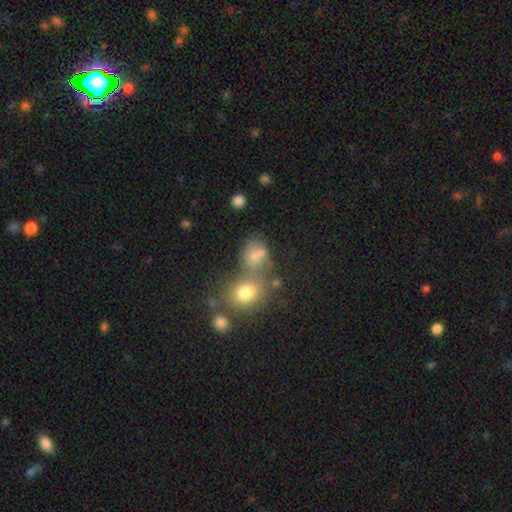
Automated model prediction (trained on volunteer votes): Morphology: type=smooth (68%); roundness=in between (51%); merging=merger (41%).